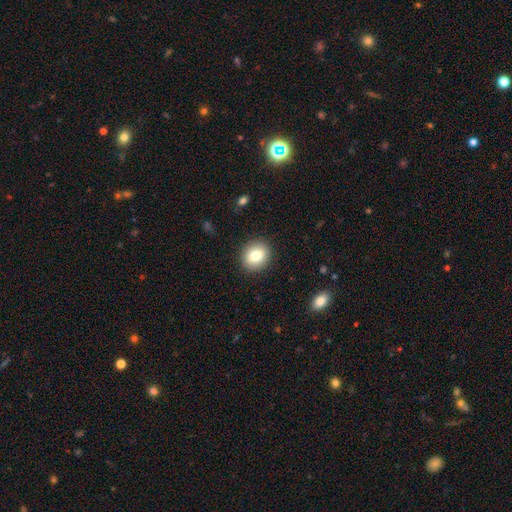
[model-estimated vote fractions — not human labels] The model was most divided on "how rounded": round: 73%, in between: 26%, cigar-shaped: 1%. More confident: merging — none (90%); smooth or featured — smooth (80%).